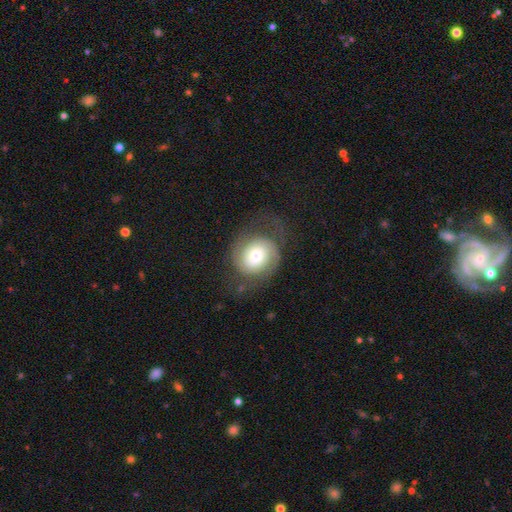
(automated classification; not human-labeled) Overall: featured or disk (54%; smooth 38%). Edge-on disk: no (97%). Bar: no (75%). Spiral arms: yes (83%). Bulge size: moderate (50%; small 24%). Merging: none (61%).